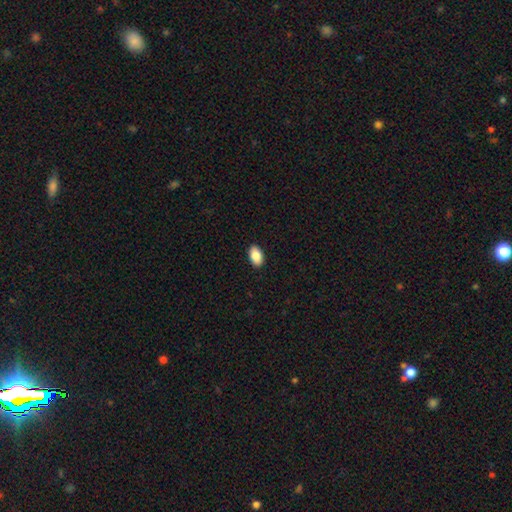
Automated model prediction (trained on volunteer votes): smooth_or_featured: smooth (p=0.87) [alt: star or artifact p=0.07]
how_rounded: in between (p=0.93) [alt: round p=0.05]
merging: none (p=0.90) [alt: minor disturbance p=0.07]